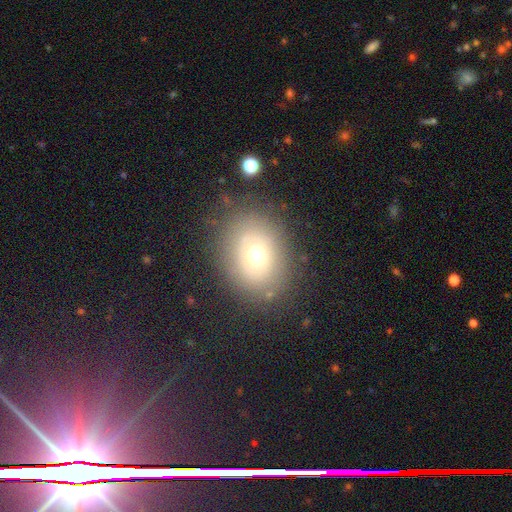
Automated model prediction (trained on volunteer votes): smooth_or_featured: smooth (p=0.60) [alt: featured or disk p=0.27]
how_rounded: in between (p=0.53) [alt: round p=0.46]
merging: none (p=0.77) [alt: minor disturbance p=0.14]